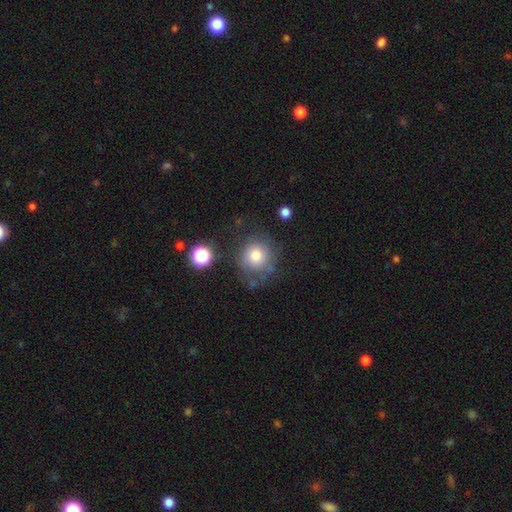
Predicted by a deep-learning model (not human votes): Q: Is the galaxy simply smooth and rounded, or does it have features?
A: smooth — 75%.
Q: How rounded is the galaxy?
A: round — 89%.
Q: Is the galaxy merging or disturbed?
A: none — 64%.